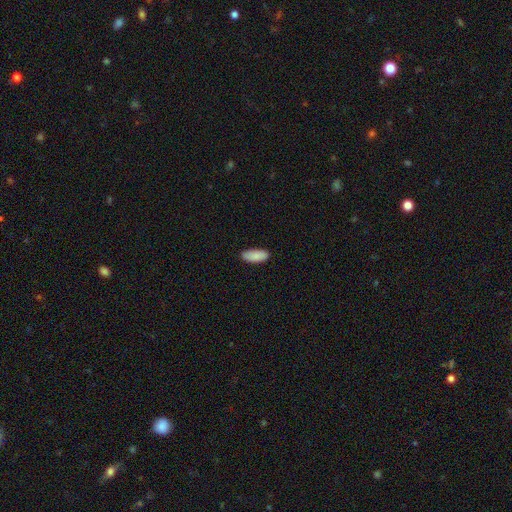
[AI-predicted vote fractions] A smooth galaxy with no disk features (90%) that is in between round and cigar-shaped (86%).

Vote fractions:
- Smooth or featured? smooth: 90% / star or artifact: 6% / featured or disk: 4%
- How rounded? in between: 86% / cigar-shaped: 13% / round: 2%
- Merging? none: 87% / minor disturbance: 11% / major disturbance: 2% / merger: 1%